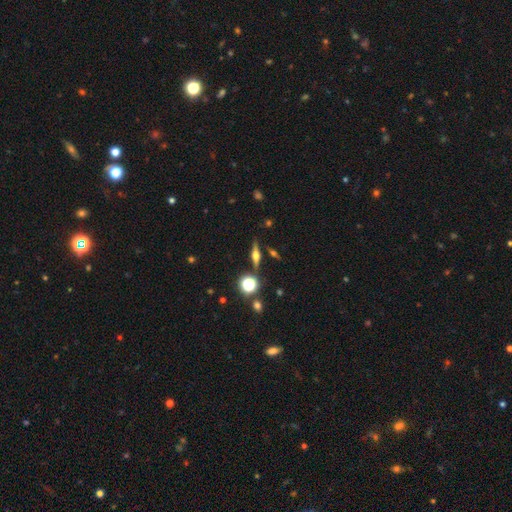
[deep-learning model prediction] This is likely a featured or disk galaxy (68%). It is clearly viewed edge-on (95%). Edge-on bulge: clearly rounded (93%). Merging: clearly none (84%).